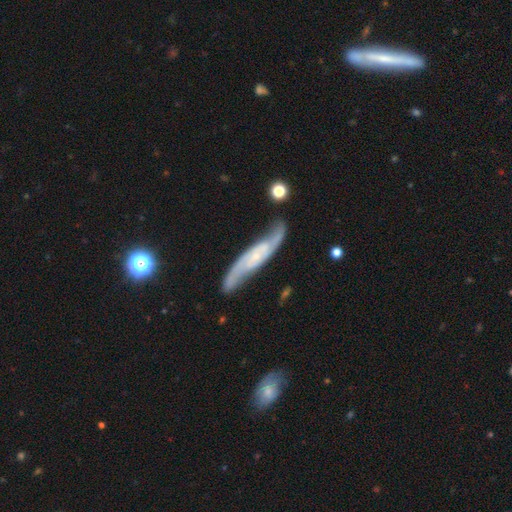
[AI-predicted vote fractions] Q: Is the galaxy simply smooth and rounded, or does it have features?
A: featured or disk — 82%.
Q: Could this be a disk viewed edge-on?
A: no — 73%.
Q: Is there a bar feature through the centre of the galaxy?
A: no — 58%.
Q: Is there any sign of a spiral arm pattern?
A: yes — 95%.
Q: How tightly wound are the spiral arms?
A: medium — 43%.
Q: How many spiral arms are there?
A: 2 — 87%.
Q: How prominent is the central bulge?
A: small — 75%.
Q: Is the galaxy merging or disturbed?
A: none — 72%.